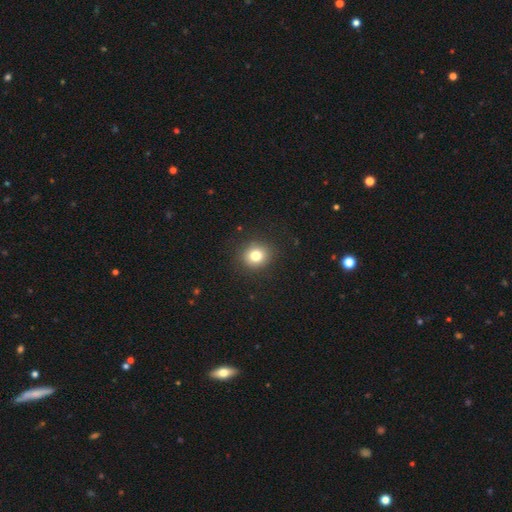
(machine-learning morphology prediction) The model was most divided on "how rounded": round: 84%, in between: 16%, cigar-shaped: 1%. More confident: merging — none (89%); smooth or featured — smooth (80%).